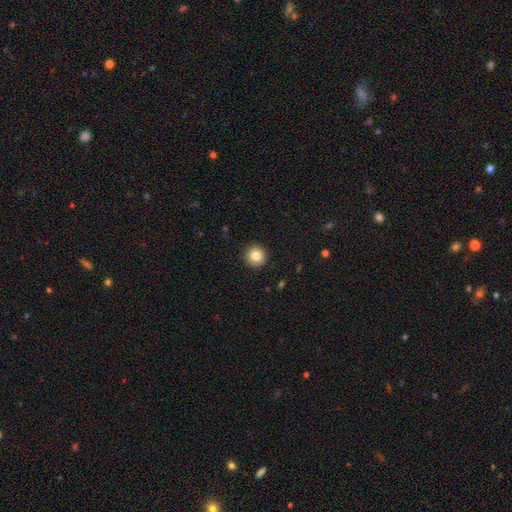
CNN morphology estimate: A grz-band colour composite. It shows a smooth galaxy with no disk features (83%) that is round (95%). Merging: none (92%).